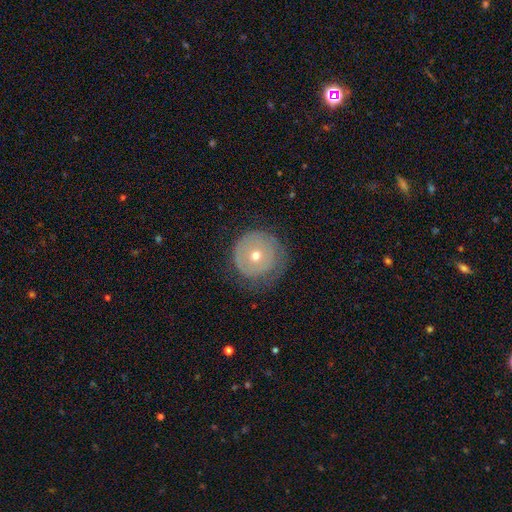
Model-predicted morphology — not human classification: smooth_or_featured: smooth (p=0.47) [alt: featured or disk p=0.45]
merging: none (p=0.65) [alt: minor disturbance p=0.23]